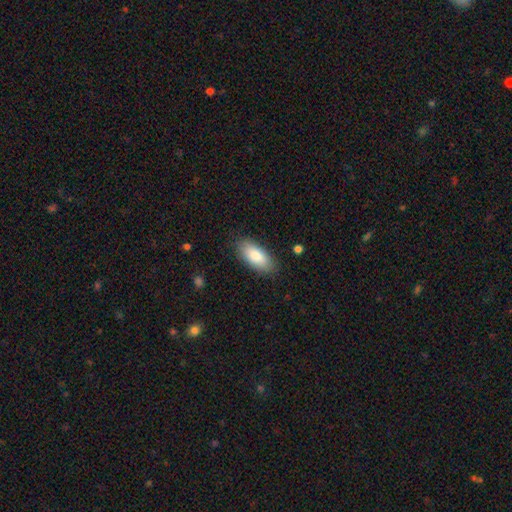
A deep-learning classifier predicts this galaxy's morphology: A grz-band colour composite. It shows a smooth galaxy with no disk features (85%) that is in between round and cigar-shaped (85%). Merging: none (85%).